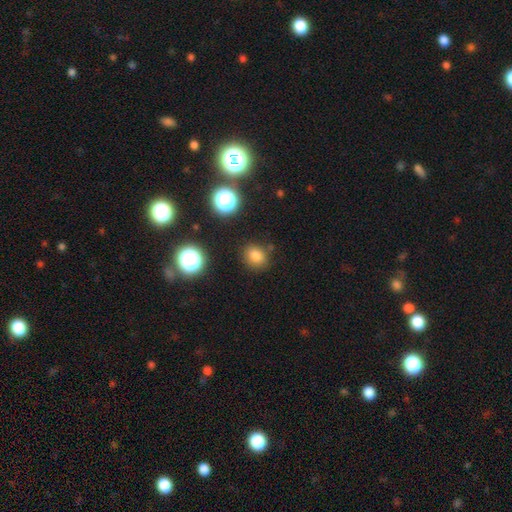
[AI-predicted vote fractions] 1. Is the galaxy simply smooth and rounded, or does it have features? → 79% smooth, 16% star or artifact, 6% featured or disk.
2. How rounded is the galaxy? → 67% round, 32% in between, 1% cigar-shaped.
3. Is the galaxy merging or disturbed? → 84% none, 11% minor disturbance, 3% major disturbance, 3% merger.